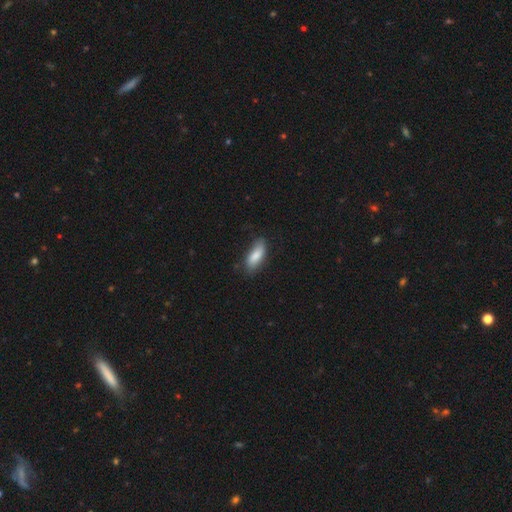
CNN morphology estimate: type=smooth (83%); roundness=in between (72%); merging=none (73%).